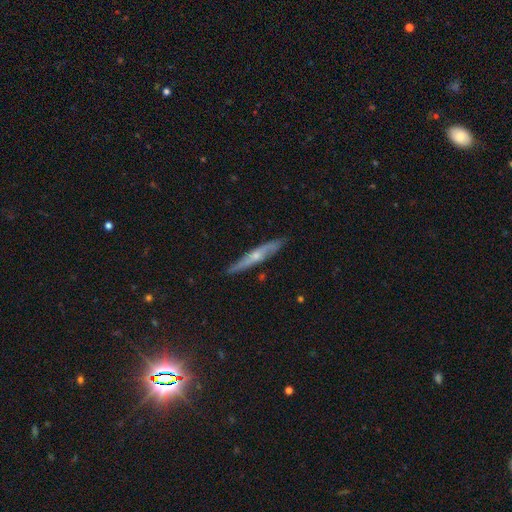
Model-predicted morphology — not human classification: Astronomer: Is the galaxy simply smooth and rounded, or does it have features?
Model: featured or disk — 62%.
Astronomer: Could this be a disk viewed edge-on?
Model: yes — 84%.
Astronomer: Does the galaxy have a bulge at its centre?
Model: rounded — 70%.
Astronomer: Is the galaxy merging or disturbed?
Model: none — 84%.